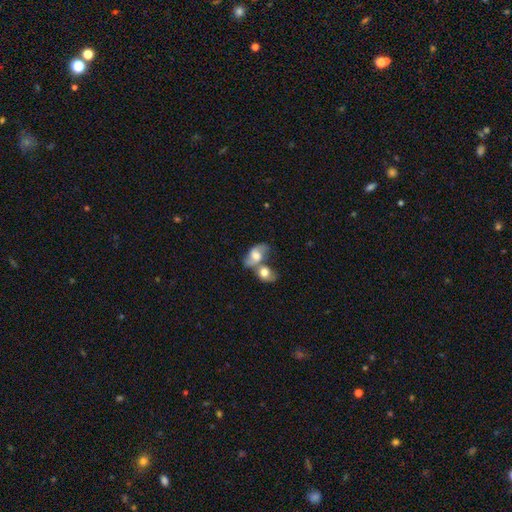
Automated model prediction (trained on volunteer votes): Overall: smooth (49%; featured or disk 42%). Merging: merger (54%; none 28%).